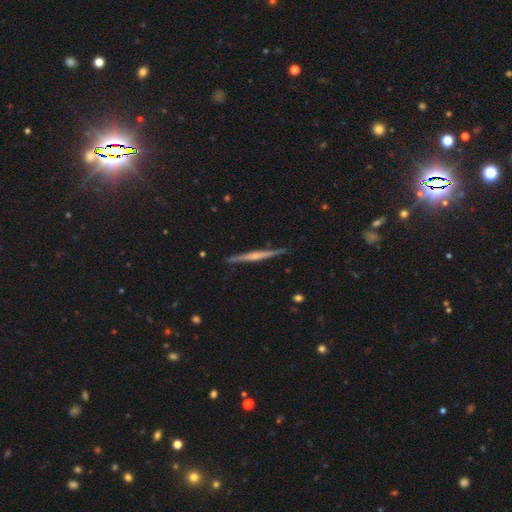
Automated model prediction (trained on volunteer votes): Overall: featured or disk (68%). Edge-on disk: yes (98%). Edge-on bulge: rounded (42%; none 41%). Merging: none (89%).